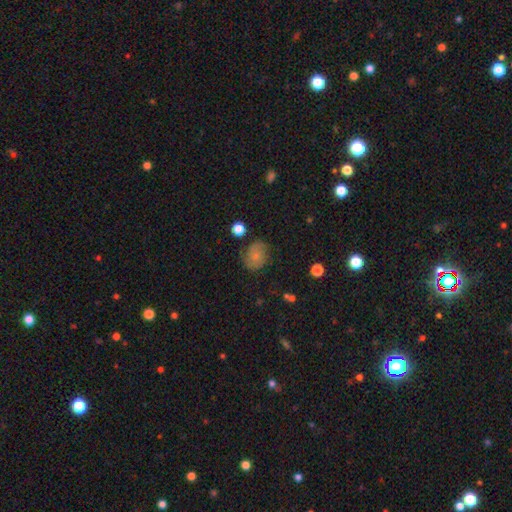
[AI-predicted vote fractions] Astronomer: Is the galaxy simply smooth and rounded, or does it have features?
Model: smooth — 56% (runner-up: featured or disk, 33%).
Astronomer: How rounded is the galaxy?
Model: round — 55% (runner-up: in between, 44%).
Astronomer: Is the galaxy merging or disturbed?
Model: none — 64%.